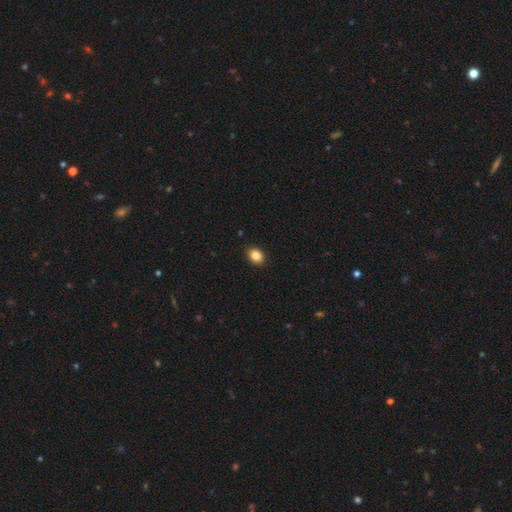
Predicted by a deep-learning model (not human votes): smooth_or_featured: smooth (p=0.86) [alt: star or artifact p=0.09]
how_rounded: in between (p=0.61) [alt: round p=0.38]
merging: none (p=0.90) [alt: minor disturbance p=0.08]